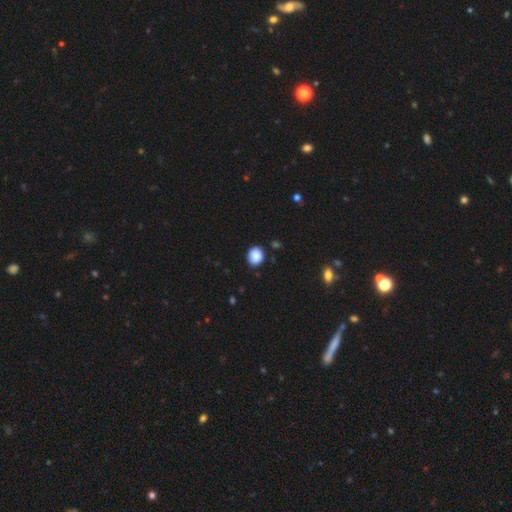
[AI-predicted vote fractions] smooth-or-featured: smooth: 88% | star or artifact: 9% | featured or disk: 3%
  how-rounded: round: 75% | in between: 24% | cigar-shaped: 1%
  merging: none: 87% | minor disturbance: 9% | major disturbance: 2% | merger: 1%